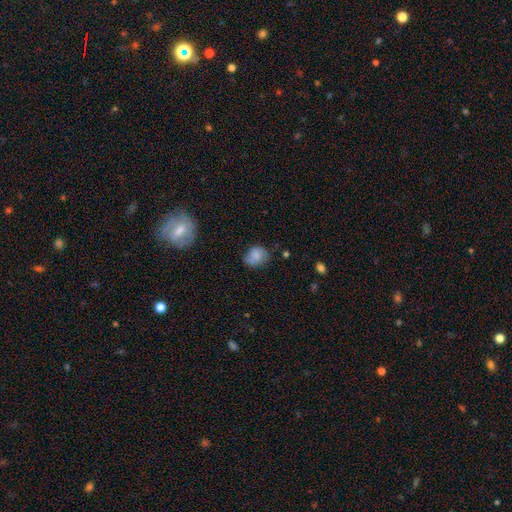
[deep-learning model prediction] Morphology: type=smooth (69%); roundness=round (52%); merging=none (59%).